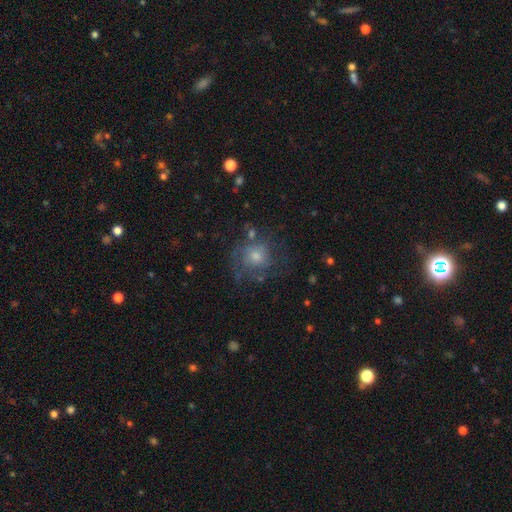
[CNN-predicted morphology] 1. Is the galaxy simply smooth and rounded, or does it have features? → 46% featured or disk, 39% smooth, 15% star or artifact.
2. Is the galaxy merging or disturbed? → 64% none, 18% minor disturbance, 14% major disturbance, 4% merger.